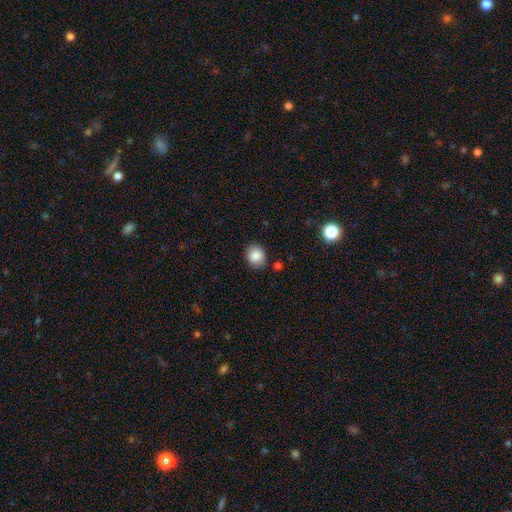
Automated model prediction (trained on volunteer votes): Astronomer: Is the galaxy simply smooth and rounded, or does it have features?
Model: smooth — 86%.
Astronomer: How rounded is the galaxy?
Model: round — 65%.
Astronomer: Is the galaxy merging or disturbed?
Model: none — 83%.